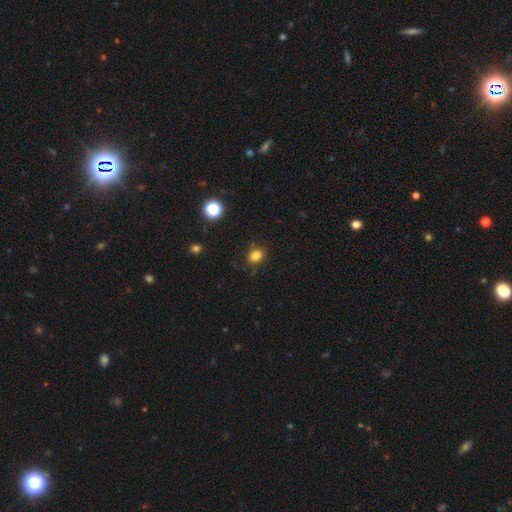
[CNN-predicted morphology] type=smooth (81%); roundness=round (60%); merging=none (81%).